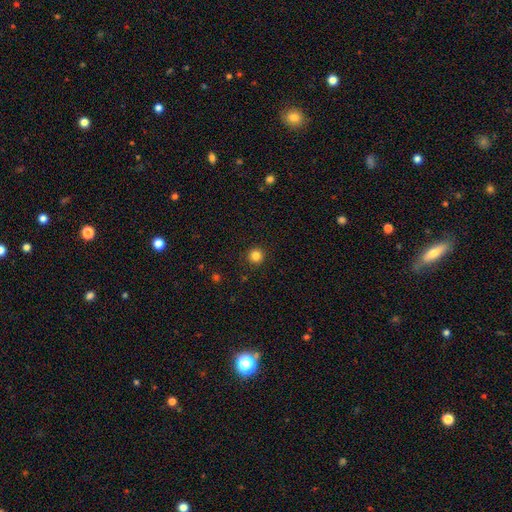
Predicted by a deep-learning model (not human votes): This is clearly a smooth galaxy (83%). How rounded: clearly round (96%). Merging: clearly none (93%).